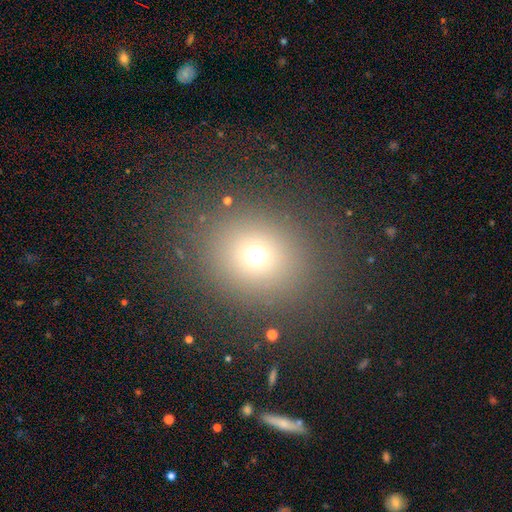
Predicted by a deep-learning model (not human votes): Smooth or featured?
  - smooth: 67% *
  - star or artifact: 23%
  - featured or disk: 10%
How rounded?
  - round: 81% *
  - in between: 18%
  - cigar-shaped: 1%
Merging?
  - none: 81% *
  - minor disturbance: 9%
  - major disturbance: 7%
  - merger: 3%